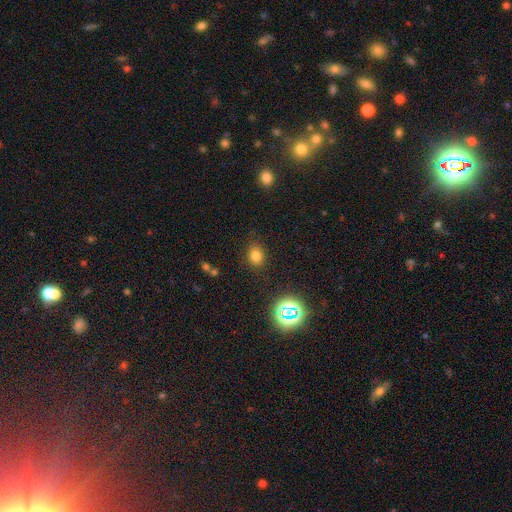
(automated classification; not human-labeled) Smooth or featured?
  - smooth: 75% *
  - star or artifact: 18%
  - featured or disk: 7%
How rounded?
  - in between: 52% *
  - round: 47%
  - cigar-shaped: 1%
Merging?
  - none: 84% *
  - minor disturbance: 10%
  - major disturbance: 3%
  - merger: 2%